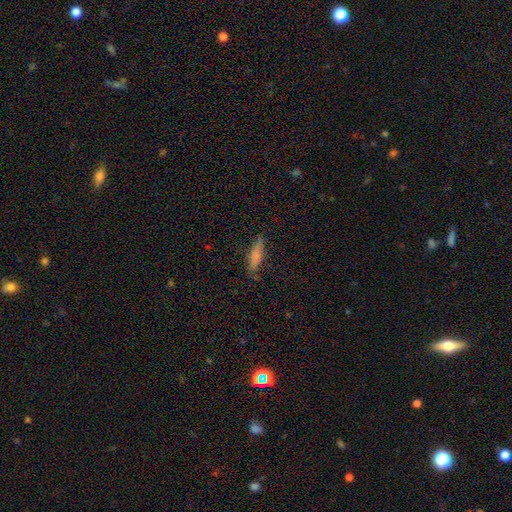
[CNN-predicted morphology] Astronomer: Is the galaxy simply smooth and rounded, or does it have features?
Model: smooth — 77%.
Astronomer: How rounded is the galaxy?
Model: cigar-shaped — 75%.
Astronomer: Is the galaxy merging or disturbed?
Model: none — 80%.